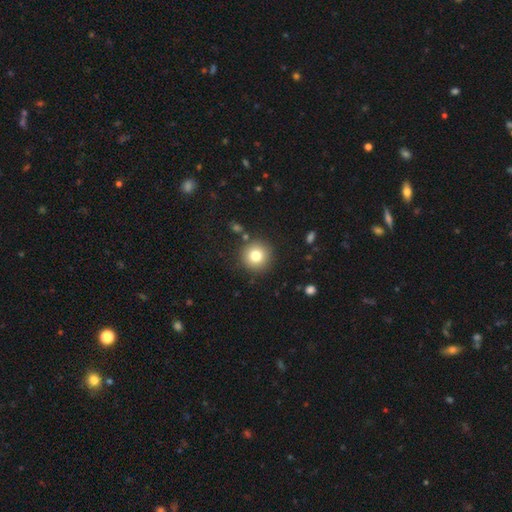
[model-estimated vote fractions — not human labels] A smooth galaxy with no disk features (79%) that is round (95%). Merging: none (87%).